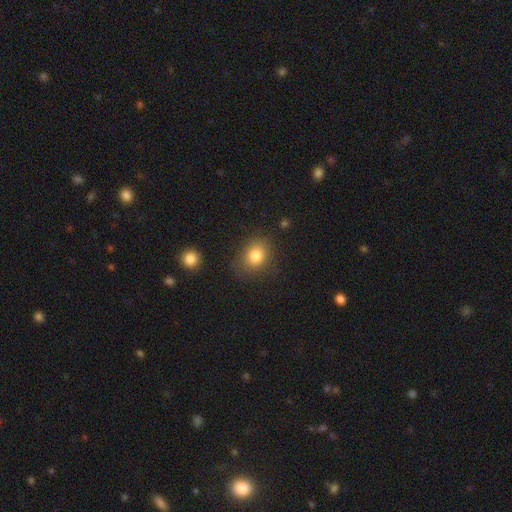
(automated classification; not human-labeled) smooth_or_featured: smooth (p=0.82) [alt: star or artifact p=0.10]
how_rounded: round (p=0.51) [alt: in between p=0.48]
merging: none (p=0.76) [alt: minor disturbance p=0.16]